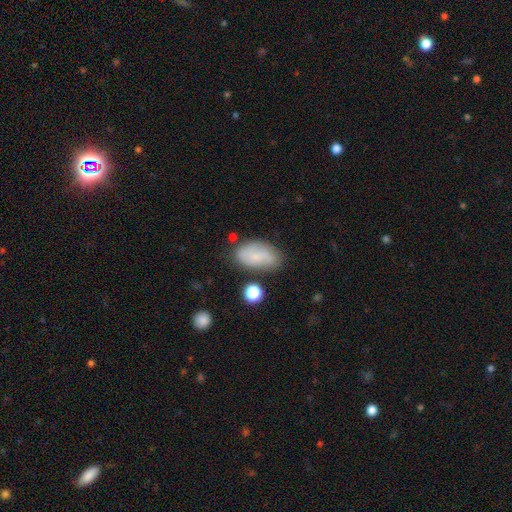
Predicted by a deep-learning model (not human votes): Overall: smooth (61%; featured or disk 29%). How rounded: in between (91%). Merging: none (66%).